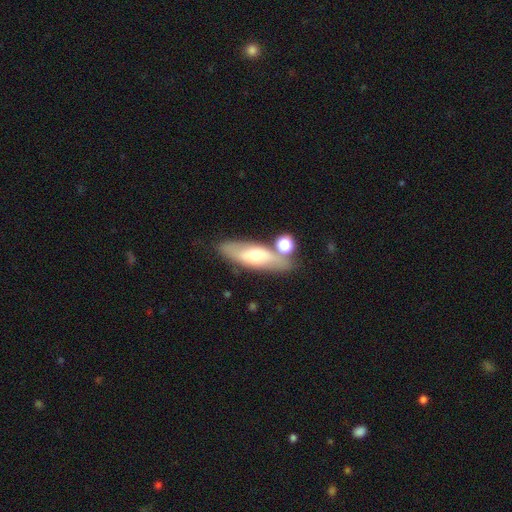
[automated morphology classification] Smooth or featured: featured or disk — 46% (smooth — 45%)
Merging: none — 67% (minor disturbance — 15%)